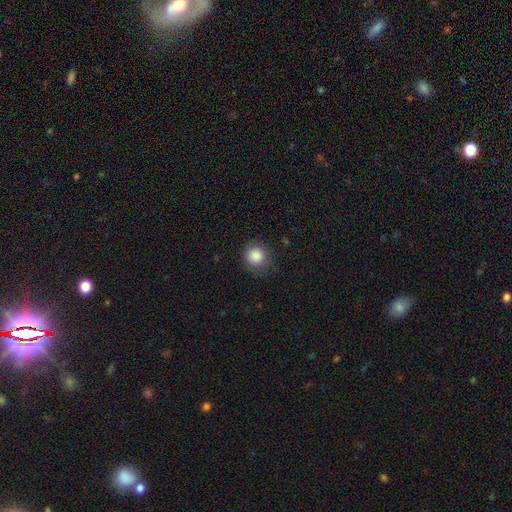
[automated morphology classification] smooth 86%, star or artifact 9%, featured or disk 4%. Down the decision tree: how rounded — round (89%); merging — none (76%).